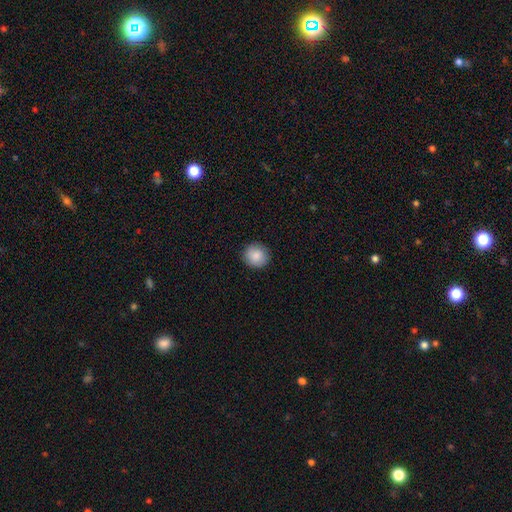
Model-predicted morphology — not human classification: type=smooth (87%); roundness=round (89%); merging=none (90%).